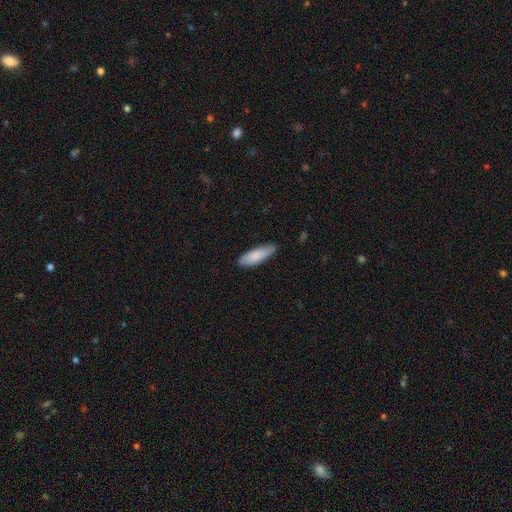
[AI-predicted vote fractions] This is clearly a smooth galaxy (80%). How rounded: possibly in between (54%). Merging: clearly none (83%).